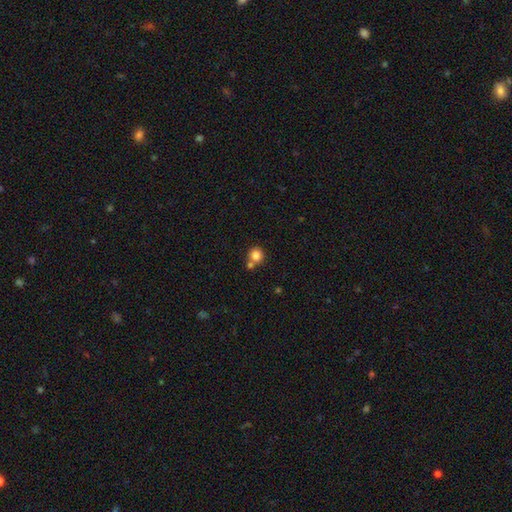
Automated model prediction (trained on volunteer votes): smooth-or-featured: smooth: 83% | star or artifact: 11% | featured or disk: 7%
  how-rounded: round: 90% | in between: 9% | cigar-shaped: 1%
  merging: none: 62% | merger: 28% | minor disturbance: 8% | major disturbance: 3%